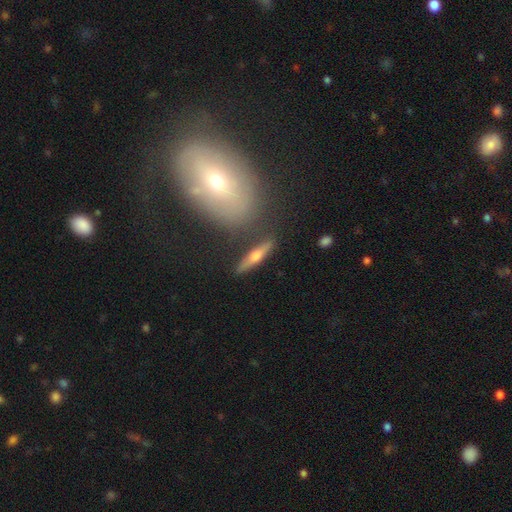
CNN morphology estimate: smooth-or-featured: featured or disk: 57% | smooth: 36% | star or artifact: 7%
  disk-edge-on: yes: 92% | no: 8%
    edge-on-bulge: rounded: 92% | none: 4% | boxy: 4%
  merging: none: 83% | minor disturbance: 10% | merger: 5% | major disturbance: 3%